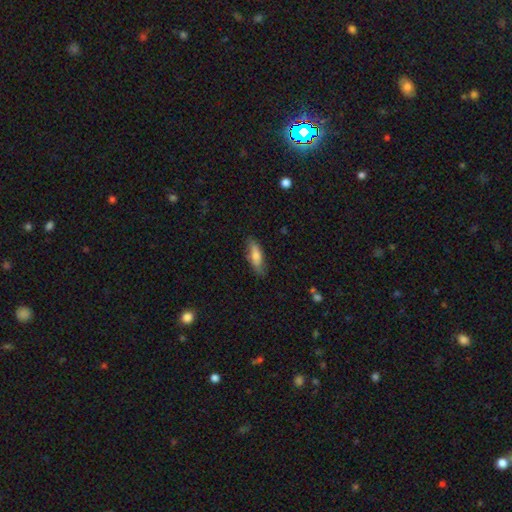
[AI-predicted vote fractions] smooth 71%, featured or disk 23%, star or artifact 7%. Down the decision tree: how rounded — in between (52%); merging — none (81%).